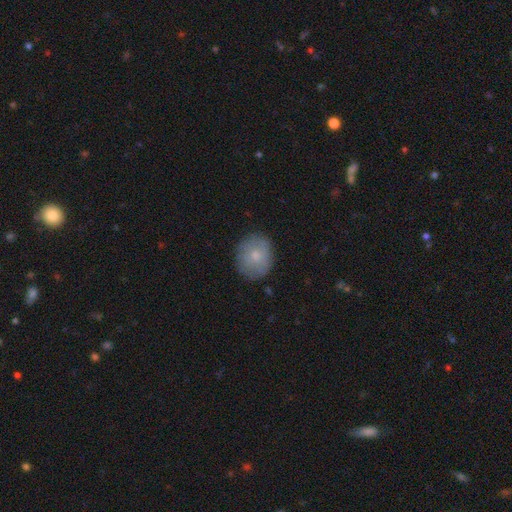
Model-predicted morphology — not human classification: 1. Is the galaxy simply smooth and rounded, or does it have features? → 70% smooth, 24% featured or disk, 7% star or artifact.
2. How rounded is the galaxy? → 72% round, 27% in between, 1% cigar-shaped.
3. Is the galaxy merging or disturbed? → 79% none, 16% minor disturbance, 4% major disturbance, 1% merger.